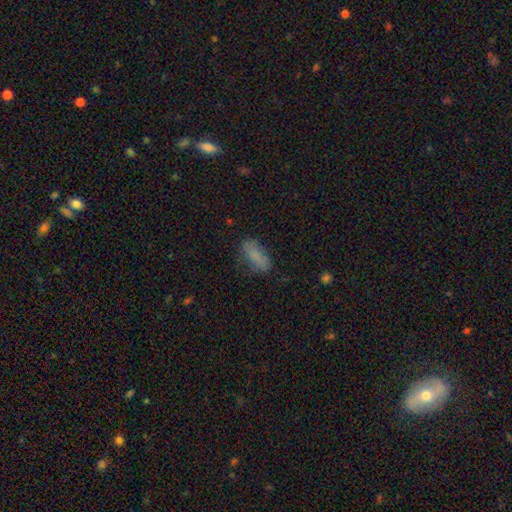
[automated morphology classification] Smooth or featured: smooth — 81% (featured or disk — 10%)
How rounded: in between — 76% (cigar-shaped — 21%)
Merging: none — 67% (minor disturbance — 22%)